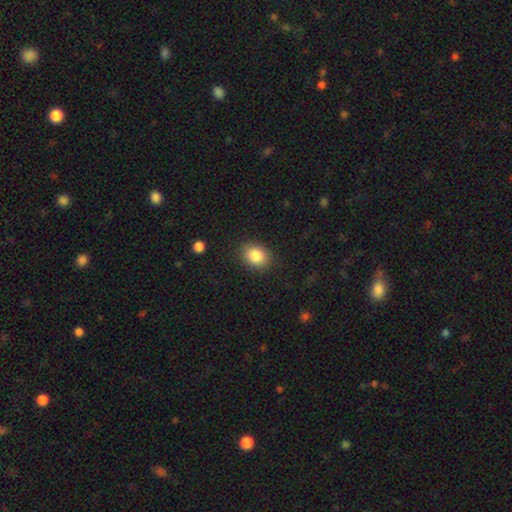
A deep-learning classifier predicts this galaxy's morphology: Q: Smooth or featured?
A: smooth (85%); runner-up: star or artifact (9%)
Q: How rounded?
A: in between (55%); runner-up: round (45%)
Q: Merging?
A: none (87%); runner-up: minor disturbance (9%)